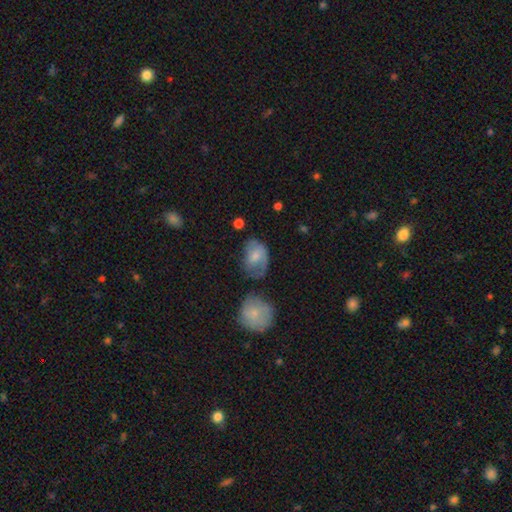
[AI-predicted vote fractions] smooth-or-featured: smooth: 57% | featured or disk: 35% | star or artifact: 8%
  how-rounded: in between: 74% | round: 24% | cigar-shaped: 1%
  merging: none: 38% | minor disturbance: 31% | major disturbance: 23% | merger: 8%